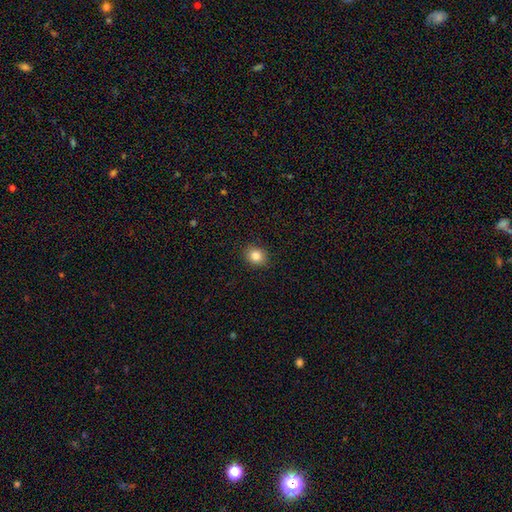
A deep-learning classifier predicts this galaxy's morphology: Smooth or featured: smooth — 83% (star or artifact — 11%)
How rounded: round — 65% (in between — 34%)
Merging: none — 90% (minor disturbance — 7%)